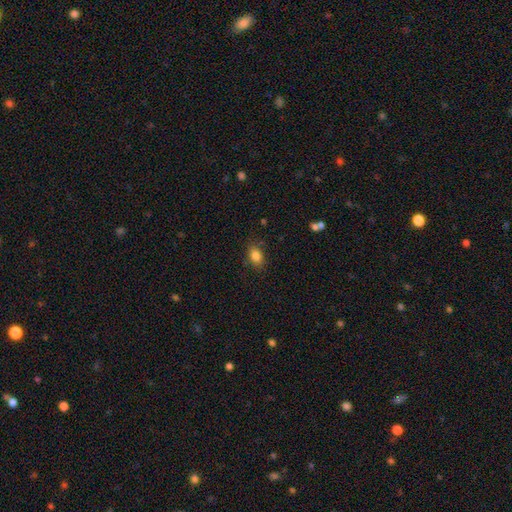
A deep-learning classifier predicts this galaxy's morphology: This is clearly a smooth galaxy (84%). How rounded: clearly in between (80%). Merging: clearly none (83%).